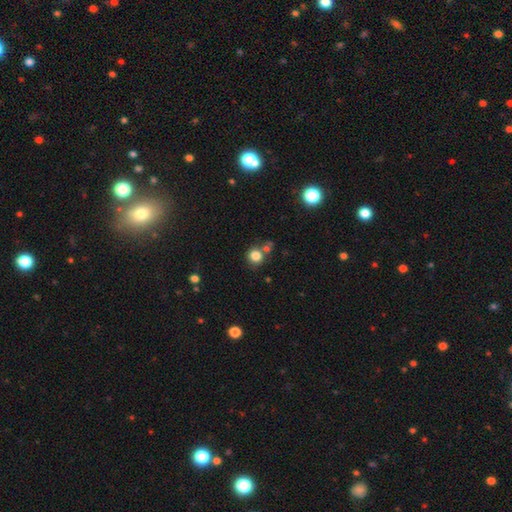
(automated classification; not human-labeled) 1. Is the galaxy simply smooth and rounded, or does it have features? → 82% smooth, 12% star or artifact, 6% featured or disk.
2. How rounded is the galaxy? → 90% round, 9% in between, 1% cigar-shaped.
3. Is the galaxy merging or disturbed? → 68% none, 19% merger, 10% minor disturbance, 4% major disturbance.